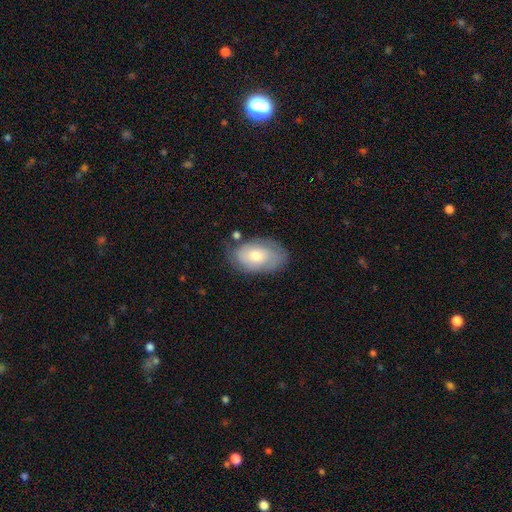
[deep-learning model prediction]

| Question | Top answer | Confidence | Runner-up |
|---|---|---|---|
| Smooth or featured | smooth | 58% | featured or disk (34%) |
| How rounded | in between | 90% | round (9%) |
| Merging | none | 67% | minor disturbance (23%) |